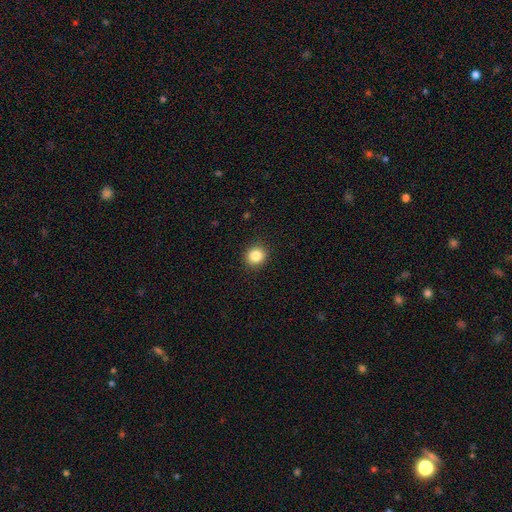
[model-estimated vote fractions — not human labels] Smooth or featured?
  - smooth: 85% *
  - star or artifact: 10%
  - featured or disk: 5%
How rounded?
  - round: 85% *
  - in between: 14%
  - cigar-shaped: 1%
Merging?
  - none: 91% *
  - minor disturbance: 6%
  - major disturbance: 2%
  - merger: 1%